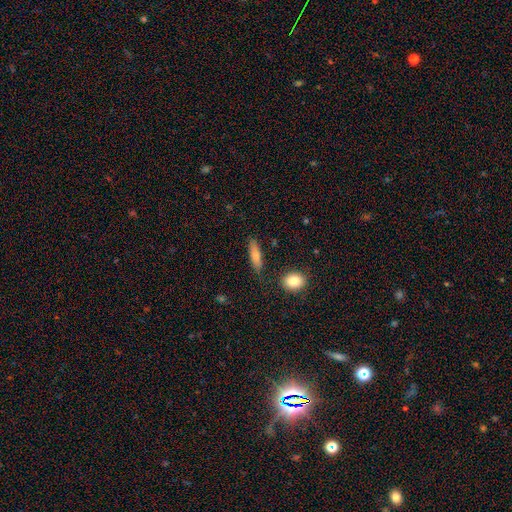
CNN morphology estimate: smooth 77%, featured or disk 16%, star or artifact 7%. Down the decision tree: how rounded — cigar-shaped (61%); merging — none (80%).